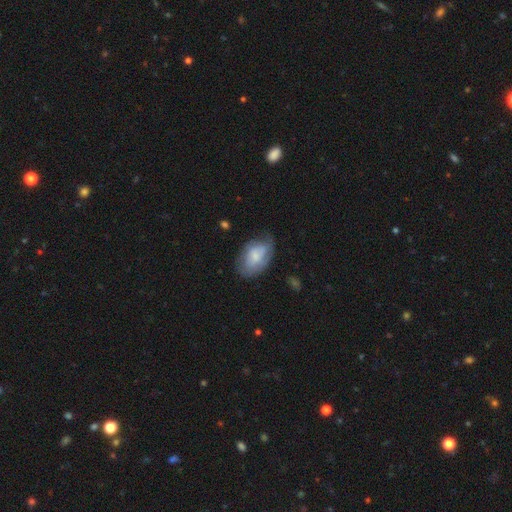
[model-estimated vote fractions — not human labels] This is possibly a smooth galaxy (58%). How rounded: clearly in between (89%). Merging: possibly none (53%).